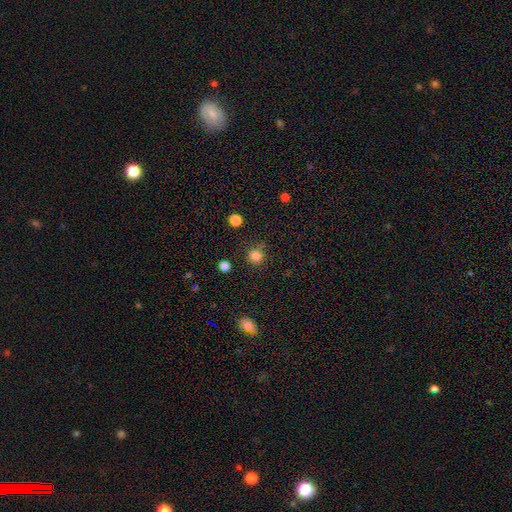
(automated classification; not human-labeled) The model was most divided on "smooth or featured": smooth: 82%, star or artifact: 14%, featured or disk: 4%. More confident: how rounded — round (93%); merging — none (82%).